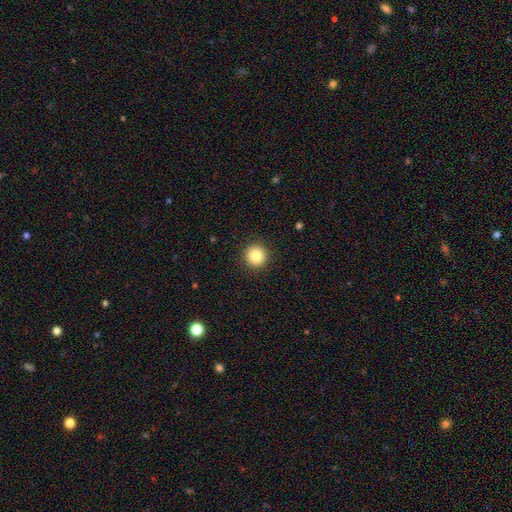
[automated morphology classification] A smooth galaxy with no disk features (84%) that is round (95%). Merging: none (92%).